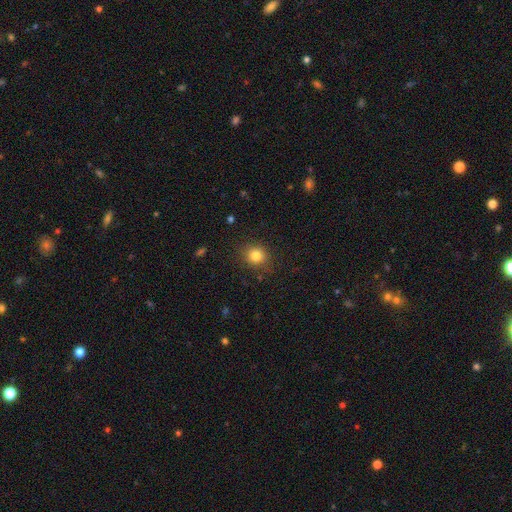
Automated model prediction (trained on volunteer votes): Morphology: type=smooth (81%); roundness=round (82%); merging=none (85%).